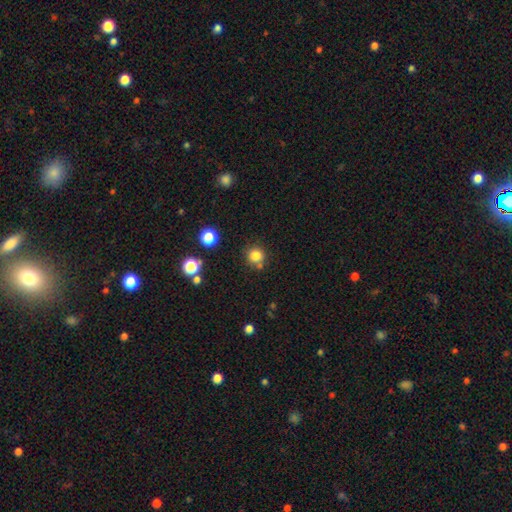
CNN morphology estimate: smooth-or-featured: smooth: 81% | star or artifact: 14% | featured or disk: 5%
  how-rounded: round: 92% | in between: 7% | cigar-shaped: 1%
  merging: none: 75% | merger: 11% | minor disturbance: 10% | major disturbance: 3%